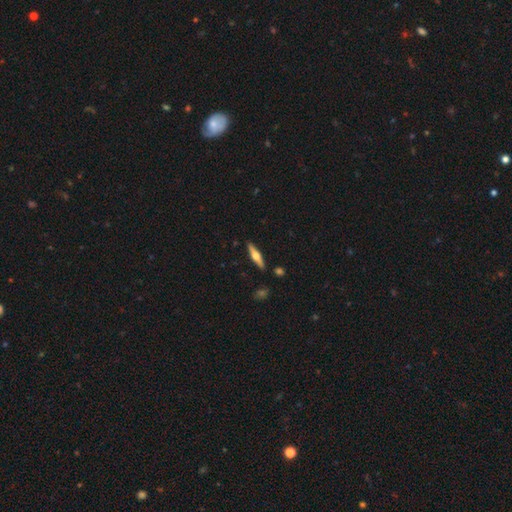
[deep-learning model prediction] Morphology: type=featured or disk (63%); edge-on=yes (96%); edge-on bulge=rounded (94%); merging=none (89%).